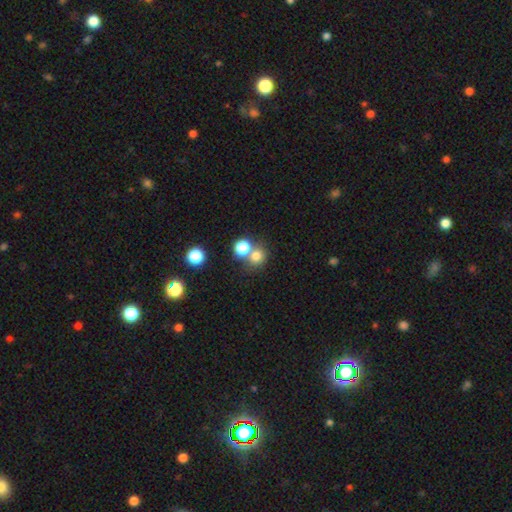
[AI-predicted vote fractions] Overall: smooth (75%). How rounded: round (87%). Merging: none (54%; merger 36%).